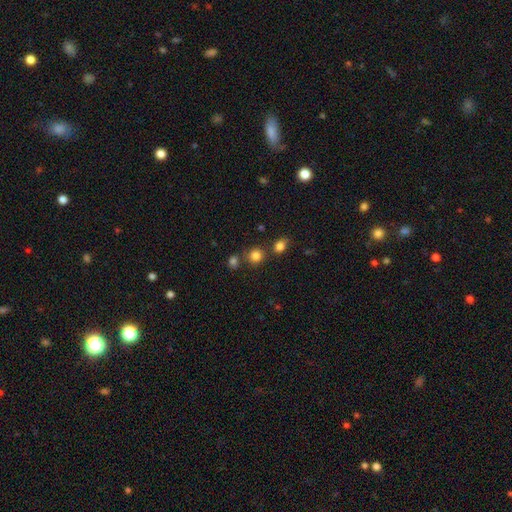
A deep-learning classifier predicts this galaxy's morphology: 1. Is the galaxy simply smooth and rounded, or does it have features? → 81% smooth, 14% star or artifact, 5% featured or disk.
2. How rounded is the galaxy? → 87% round, 12% in between, 1% cigar-shaped.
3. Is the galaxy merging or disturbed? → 73% none, 15% merger, 9% minor disturbance, 3% major disturbance.